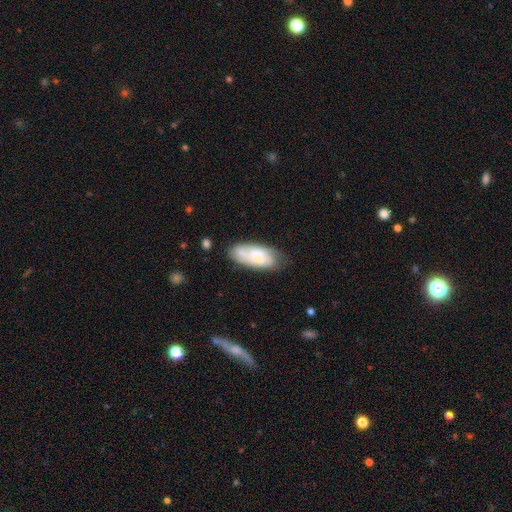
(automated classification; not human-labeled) Overall: smooth (53%; featured or disk 40%). How rounded: in between (84%). Merging: none (62%; minor disturbance 26%).